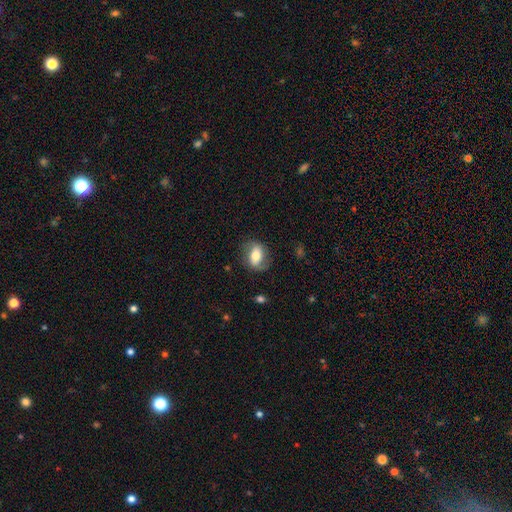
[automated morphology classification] smooth 52%, featured or disk 41%, star or artifact 7%. Down the decision tree: how rounded — in between (73%); merging — none (73%).